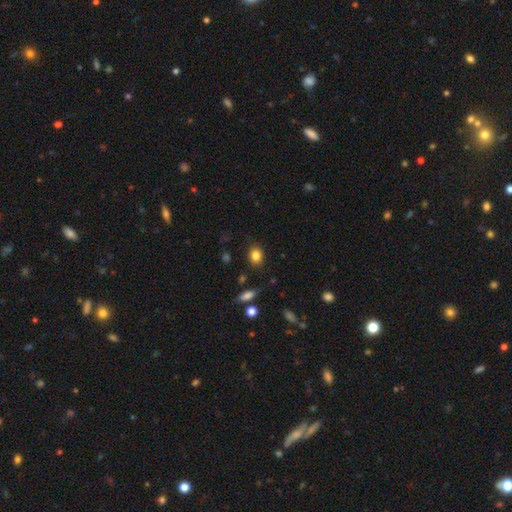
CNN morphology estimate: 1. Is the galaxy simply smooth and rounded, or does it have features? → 83% smooth, 10% star or artifact, 7% featured or disk.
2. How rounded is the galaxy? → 55% round, 43% in between, 1% cigar-shaped.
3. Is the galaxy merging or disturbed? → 83% none, 12% minor disturbance, 3% major disturbance, 2% merger.